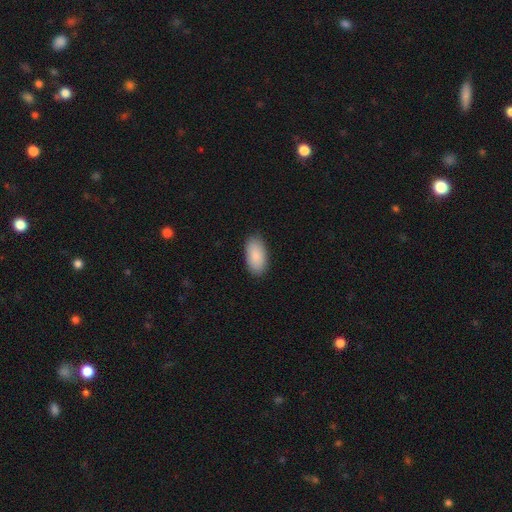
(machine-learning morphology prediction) This is clearly a smooth galaxy (89%). How rounded: clearly in between (94%). Merging: clearly none (87%).